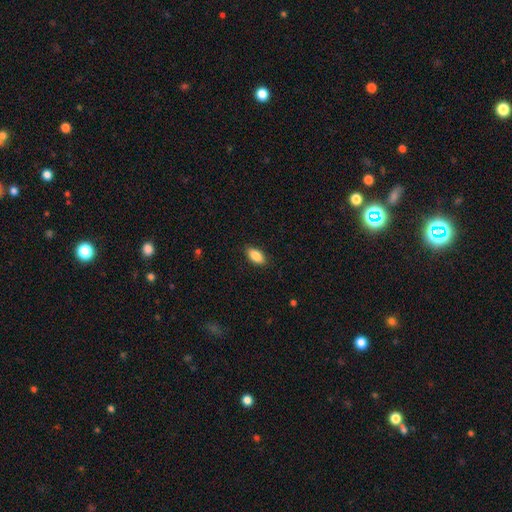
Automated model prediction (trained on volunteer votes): This appears to be a smooth galaxy with no disk features (88%) that is in between round and cigar-shaped (91%). Merging: none (88%).